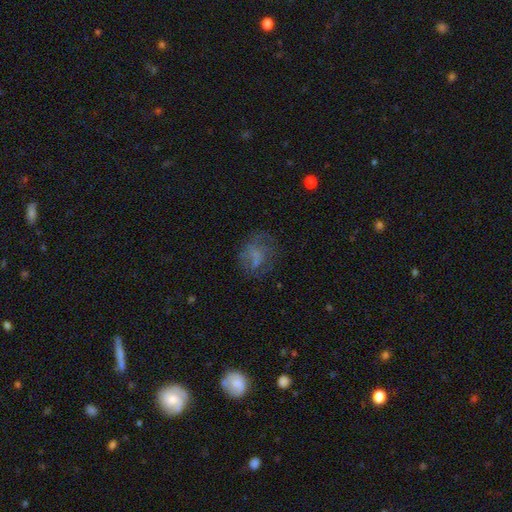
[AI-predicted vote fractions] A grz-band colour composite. It shows a smooth galaxy with no disk features (44%). Merging: none (52%).